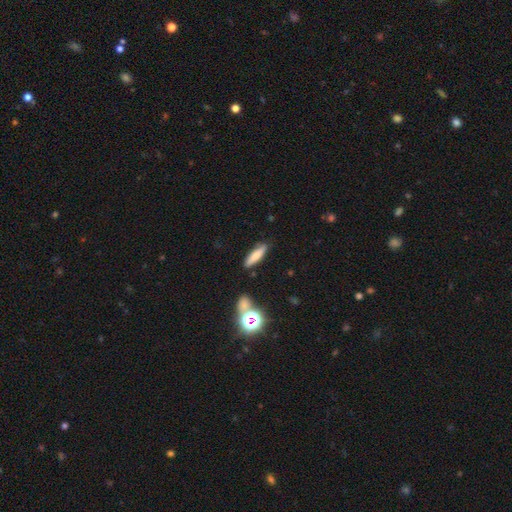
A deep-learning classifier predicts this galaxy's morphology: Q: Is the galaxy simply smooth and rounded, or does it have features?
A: smooth — 73%.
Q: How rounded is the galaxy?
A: cigar-shaped — 71%.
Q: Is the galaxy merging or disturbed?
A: none — 84%.